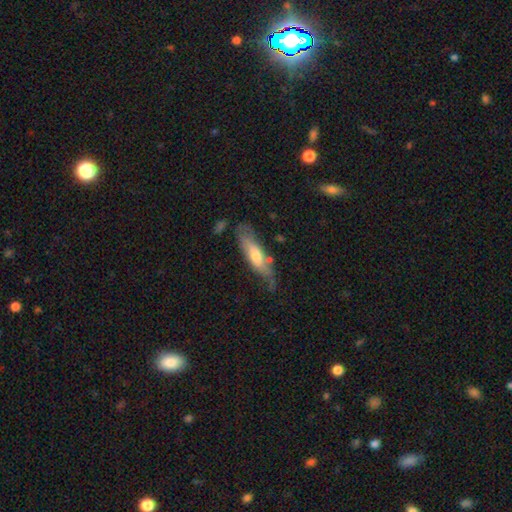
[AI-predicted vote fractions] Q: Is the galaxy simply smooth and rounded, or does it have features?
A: featured or disk — 47%, tied with smooth.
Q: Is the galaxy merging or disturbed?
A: none — 58%.